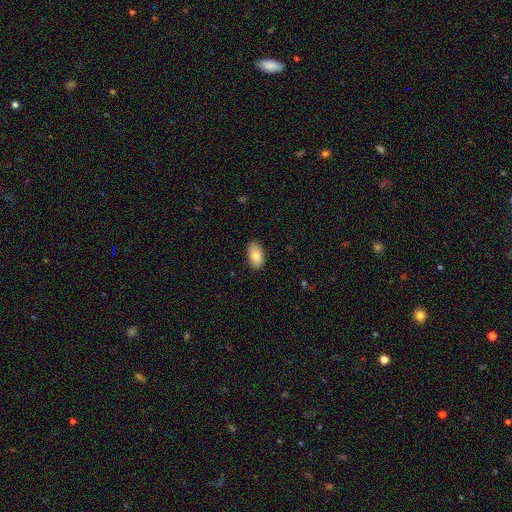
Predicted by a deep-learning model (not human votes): Smooth or featured? Predicted: smooth (p=0.84). How rounded? Predicted: in between (p=0.94). Merging? Predicted: none (p=0.84).